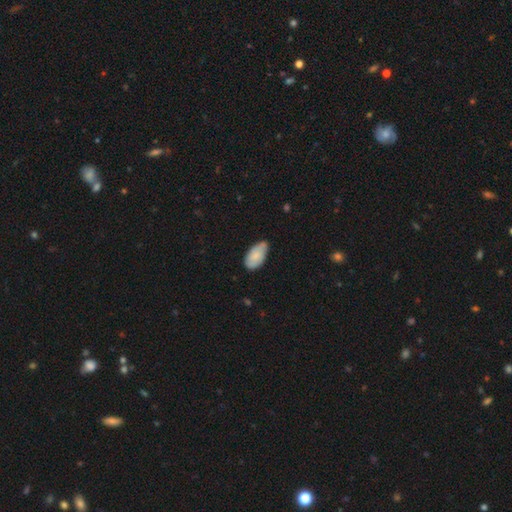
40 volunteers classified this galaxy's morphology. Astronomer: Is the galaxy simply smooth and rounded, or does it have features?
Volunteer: smooth — 92%.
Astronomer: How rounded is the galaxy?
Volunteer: in between — 92%.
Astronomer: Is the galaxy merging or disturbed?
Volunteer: minor disturbance — 50% (runner-up: none, 29%).